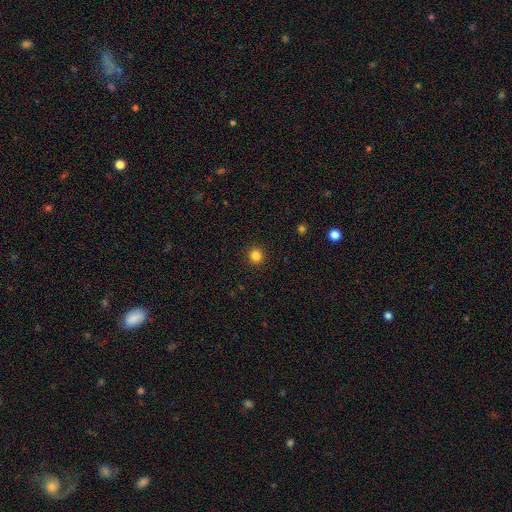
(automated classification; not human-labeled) Smooth or featured? smooth (84%)
How rounded? round (93%)
Merging? none (93%)